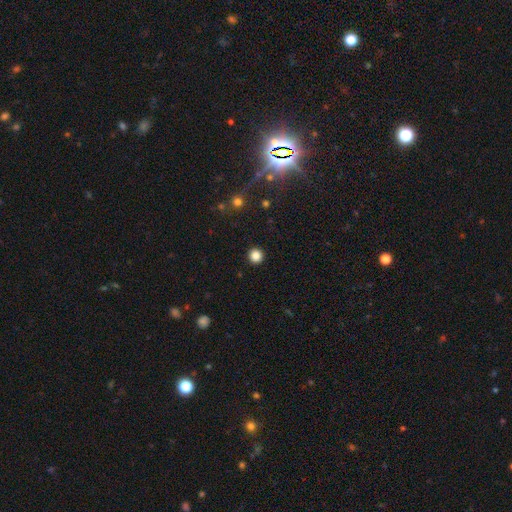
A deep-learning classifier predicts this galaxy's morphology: Smooth or featured: smooth — 85% (star or artifact — 11%)
How rounded: round — 95% (in between — 4%)
Merging: none — 93% (minor disturbance — 4%)